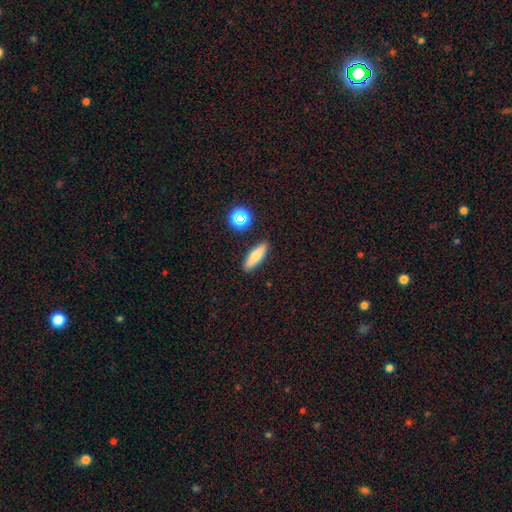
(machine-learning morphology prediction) smooth 72%, featured or disk 19%, star or artifact 8%. Down the decision tree: how rounded — cigar-shaped (60%); merging — none (87%).